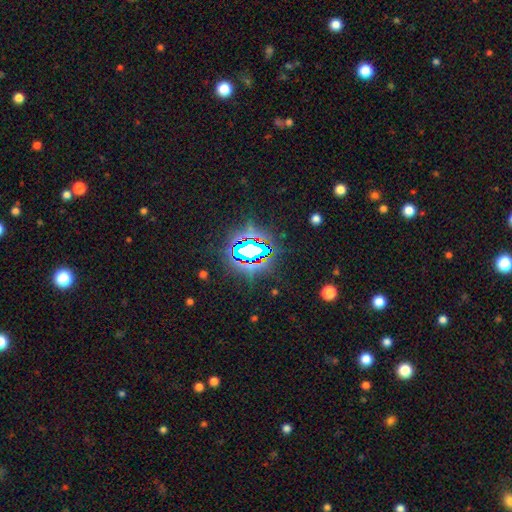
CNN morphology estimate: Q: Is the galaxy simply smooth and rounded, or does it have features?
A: star or artifact — 79%.